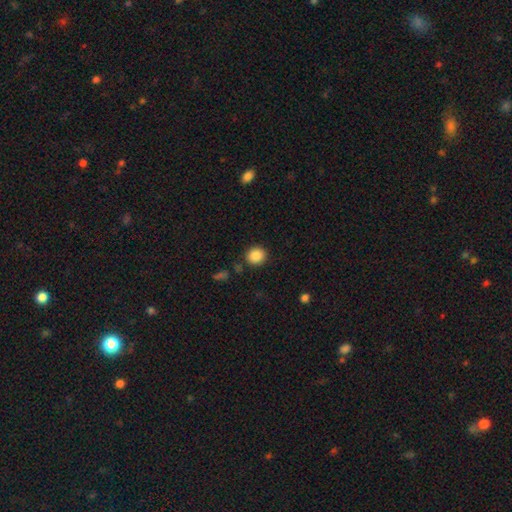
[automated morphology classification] This appears to be a smooth galaxy with no disk features (87%) that is round (87%). Merging: none (88%).